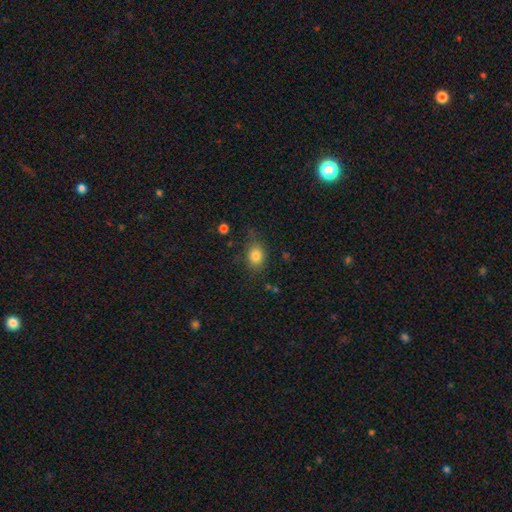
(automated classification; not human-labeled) A smooth galaxy with no disk features (82%) that is in between round and cigar-shaped (60%).

Vote fractions:
- Smooth or featured? smooth: 82% / star or artifact: 11% / featured or disk: 7%
- How rounded? in between: 60% / round: 39% / cigar-shaped: 1%
- Merging? none: 75% / minor disturbance: 18% / major disturbance: 5% / merger: 2%